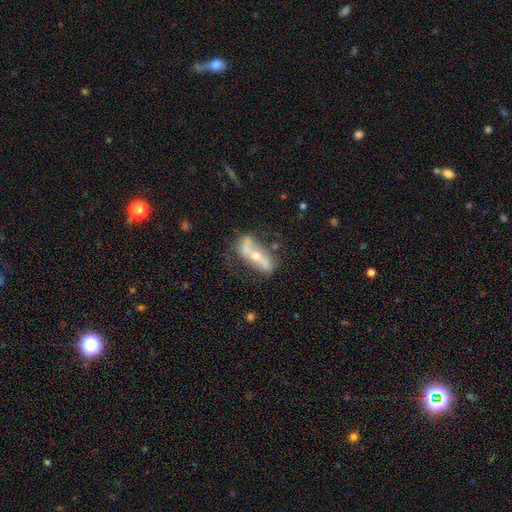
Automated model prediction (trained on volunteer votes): Morphology: type=featured or disk (71%); edge-on=no (76%); bar=no (45%); spiral arms=yes (70%); bulge=moderate (52%); merging=none (59%).